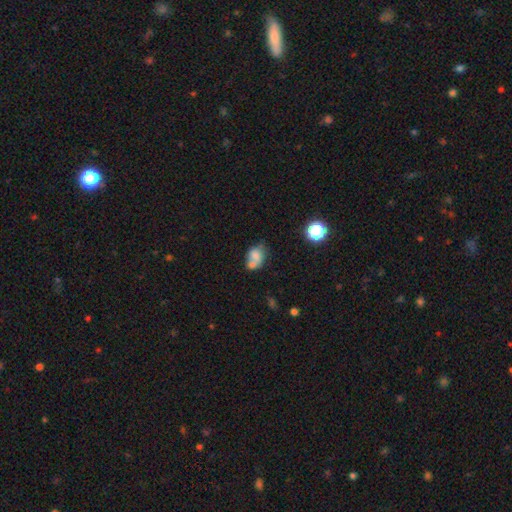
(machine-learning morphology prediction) This appears to be a smooth galaxy with no disk features (69%) that is in between round and cigar-shaped (64%). Merging: merger (48%).